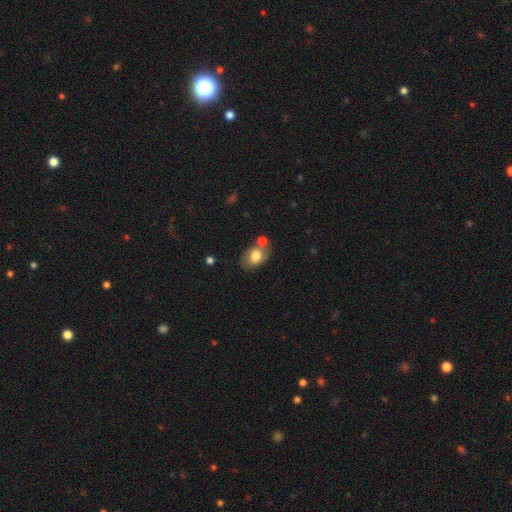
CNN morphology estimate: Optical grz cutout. It shows a smooth galaxy with no disk features (73%) that is in between round and cigar-shaped (80%). Merging: none (59%).